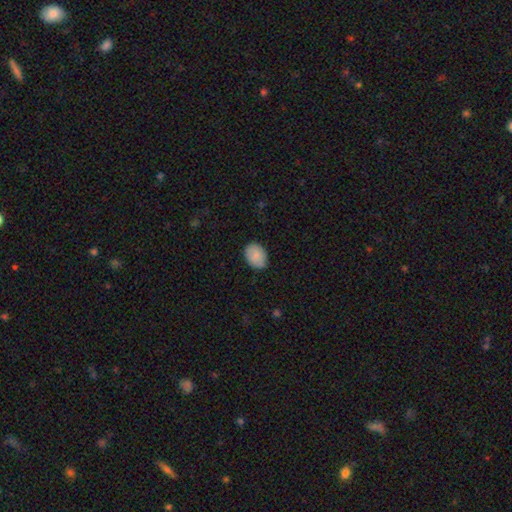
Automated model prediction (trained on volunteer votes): smooth-or-featured: smooth: 84% | featured or disk: 9% | star or artifact: 7%
  how-rounded: in between: 71% | round: 28% | cigar-shaped: 1%
  merging: none: 82% | minor disturbance: 15% | major disturbance: 2% | merger: 1%